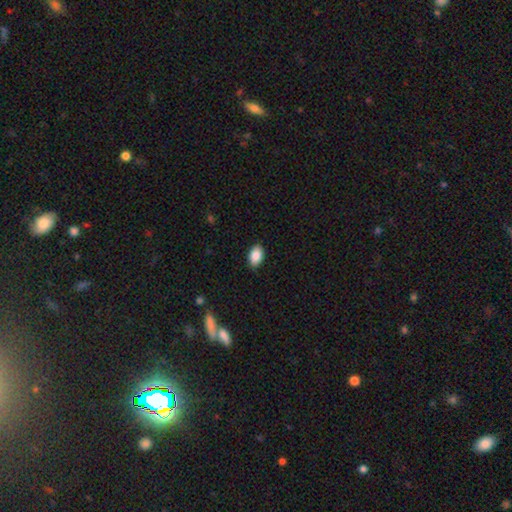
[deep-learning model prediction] Smooth or featured?
  - smooth: 87% *
  - star or artifact: 7%
  - featured or disk: 5%
How rounded?
  - in between: 91% *
  - round: 8%
  - cigar-shaped: 1%
Merging?
  - none: 88% *
  - minor disturbance: 9%
  - major disturbance: 2%
  - merger: 1%